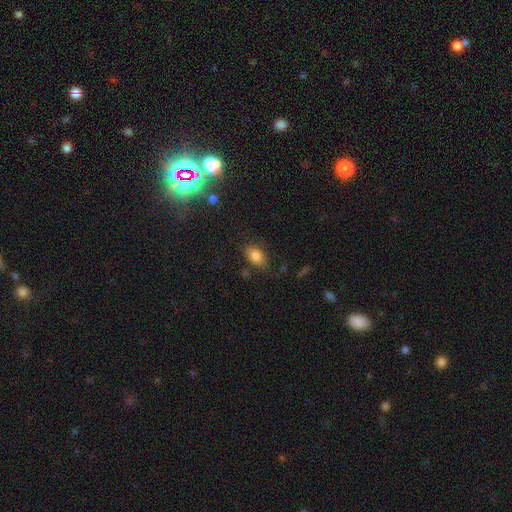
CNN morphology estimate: The model was most divided on "merging": none: 76%, minor disturbance: 16%, major disturbance: 4%, merger: 3%. More confident: how rounded — in between (86%); smooth or featured — smooth (82%).